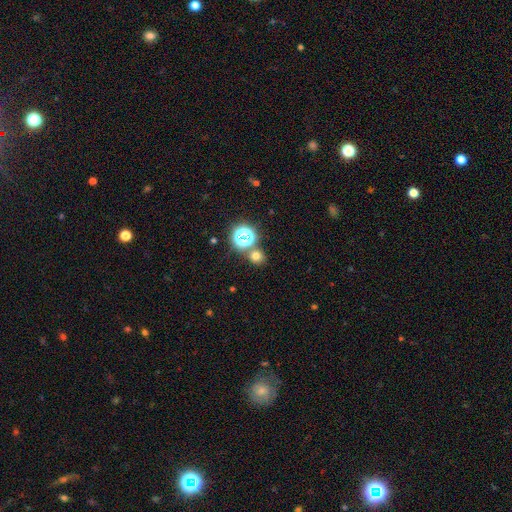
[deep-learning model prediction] Smooth or featured?
  - smooth: 65% *
  - star or artifact: 28%
  - featured or disk: 7%
How rounded?
  - round: 83% *
  - in between: 16%
  - cigar-shaped: 1%
Merging?
  - none: 75% *
  - merger: 15%
  - minor disturbance: 7%
  - major disturbance: 3%